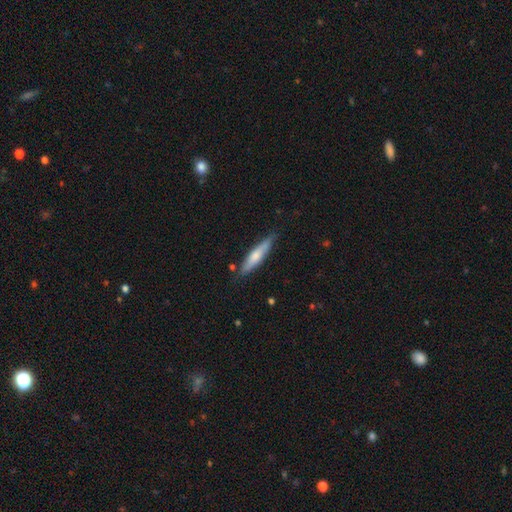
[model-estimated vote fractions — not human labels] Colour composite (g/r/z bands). It shows a smooth galaxy with no disk features (63%) that is cigar-shaped (82%). Merging: none (79%).